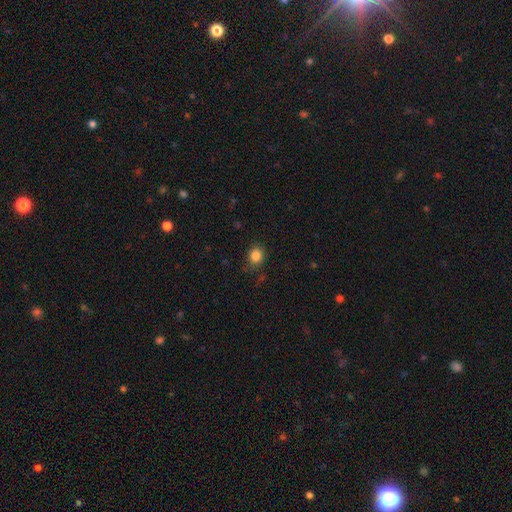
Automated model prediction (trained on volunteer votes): Smooth or featured: smooth — 85% (star or artifact — 11%)
How rounded: round — 74% (in between — 25%)
Merging: none — 83% (minor disturbance — 12%)